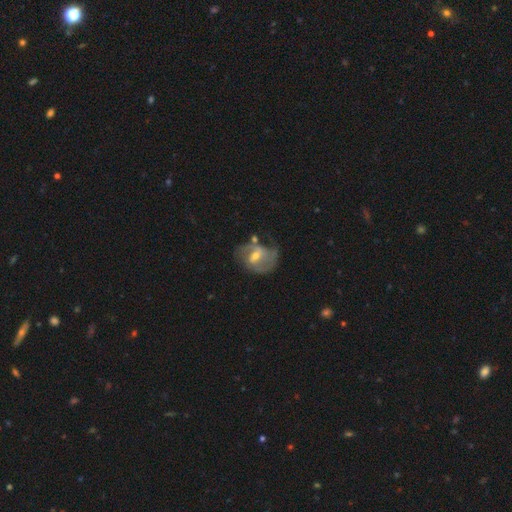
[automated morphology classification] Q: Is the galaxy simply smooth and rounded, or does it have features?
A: featured or disk — 73%.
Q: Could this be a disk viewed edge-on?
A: no — 97%.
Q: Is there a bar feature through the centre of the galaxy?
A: weak — 52%.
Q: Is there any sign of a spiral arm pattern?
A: yes — 82%.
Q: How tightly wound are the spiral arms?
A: medium — 47%.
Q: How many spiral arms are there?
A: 2 — 69%.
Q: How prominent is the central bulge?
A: moderate — 57%.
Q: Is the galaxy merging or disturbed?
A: none — 48%.